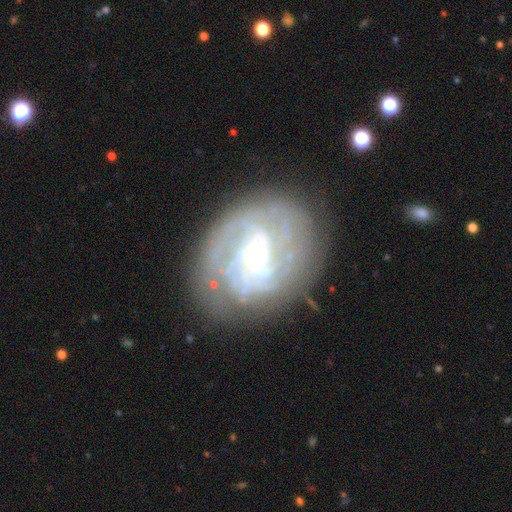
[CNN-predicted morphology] Smooth or featured: featured or disk — 84% (smooth — 10%)
Edge-on disk: no — 97% (yes — 3%)
Bar: no — 43% (weak — 42%)
Spiral arms: yes — 89% (no — 11%)
Spiral winding: tight — 70% (medium — 23%)
Spiral arm count: can't tell — 43% (2 — 16%)
Bulge size: moderate — 55% (small — 40%)
Merging: none — 75% (minor disturbance — 16%)